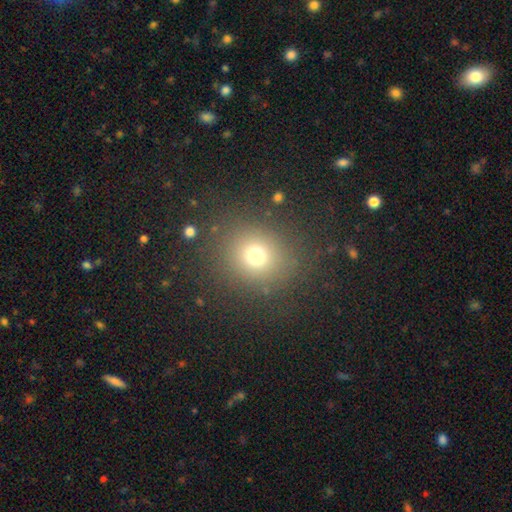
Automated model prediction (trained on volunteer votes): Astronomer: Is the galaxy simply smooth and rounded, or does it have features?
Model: smooth — 72%.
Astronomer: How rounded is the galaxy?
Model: round — 81%.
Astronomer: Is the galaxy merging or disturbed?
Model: none — 85%.